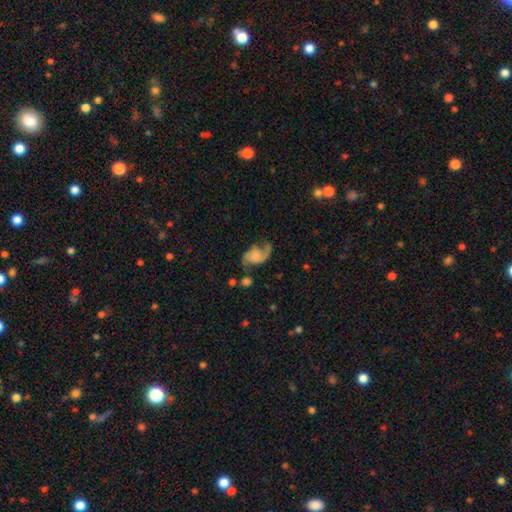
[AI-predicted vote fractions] A featured or disk galaxy (75%) with no bar (63%), 2 (80%) loose (55%) spiral arms (93%) and no central bulge (54%).

Vote fractions:
- Smooth or featured? featured or disk: 75% / smooth: 18% / star or artifact: 8%
- Edge-on disk? no: 98% / yes: 2%
- Bar? no: 63% / weak: 29% / strong: 7%
- Spiral arms? yes: 93% / no: 7%
- Spiral winding? loose: 55% / medium: 35% / tight: 10%
- Spiral arm count? 2: 80% / 1: 14% / can't tell: 3% / 3: 1% / 4: 1% / more than 4: 1%
- Bulge size? none: 54% / small: 15% / large: 14% / moderate: 13% / dominant: 4%
- Merging? none: 51% / minor disturbance: 22% / major disturbance: 22% / merger: 6%